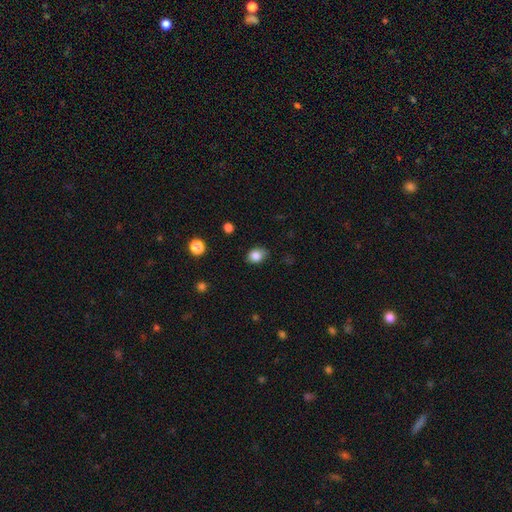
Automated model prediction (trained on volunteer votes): This is clearly a smooth galaxy (85%). How rounded: likely in between (60%). Merging: likely none (76%).